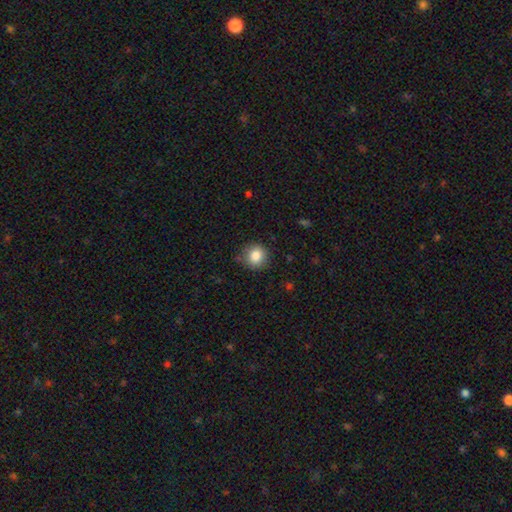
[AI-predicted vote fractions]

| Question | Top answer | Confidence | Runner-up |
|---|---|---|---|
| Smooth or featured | smooth | 84% | star or artifact (10%) |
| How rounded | round | 90% | in between (9%) |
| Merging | none | 85% | minor disturbance (11%) |